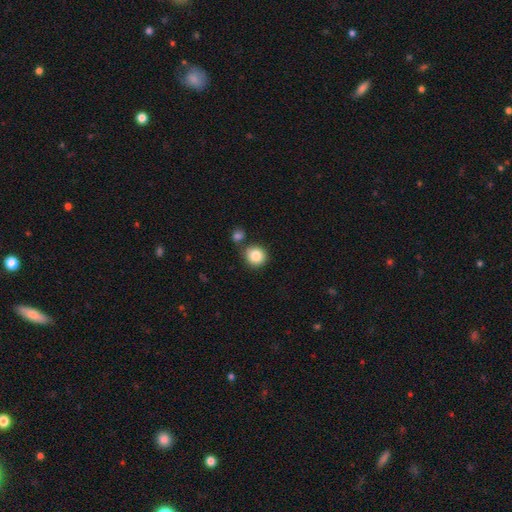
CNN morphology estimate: type=smooth (86%); roundness=round (90%); merging=none (68%).